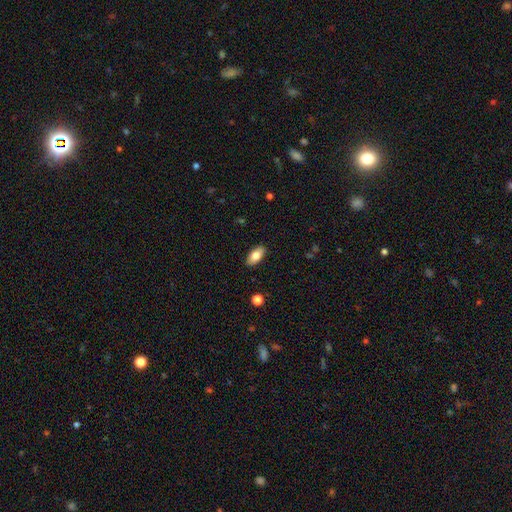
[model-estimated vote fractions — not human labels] A smooth galaxy with no disk features (79%) that is in between round and cigar-shaped (90%).

Vote fractions:
- Smooth or featured? smooth: 79% / featured or disk: 14% / star or artifact: 7%
- How rounded? in between: 90% / cigar-shaped: 7% / round: 3%
- Merging? none: 89% / minor disturbance: 8% / major disturbance: 2% / merger: 1%